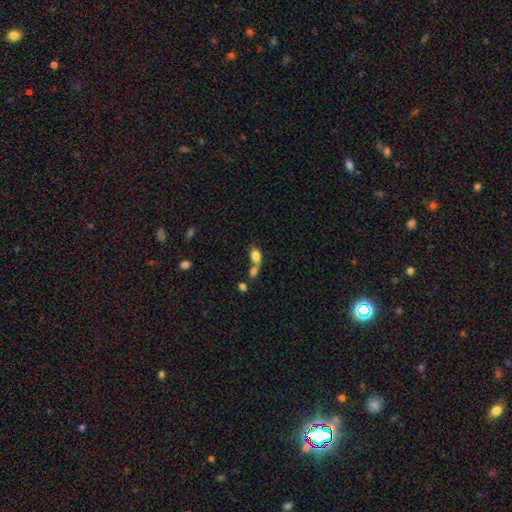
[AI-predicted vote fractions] Smooth or featured? Predicted: smooth (p=0.79). How rounded? Predicted: in between (p=0.75). Merging? Predicted: merger (p=0.61).